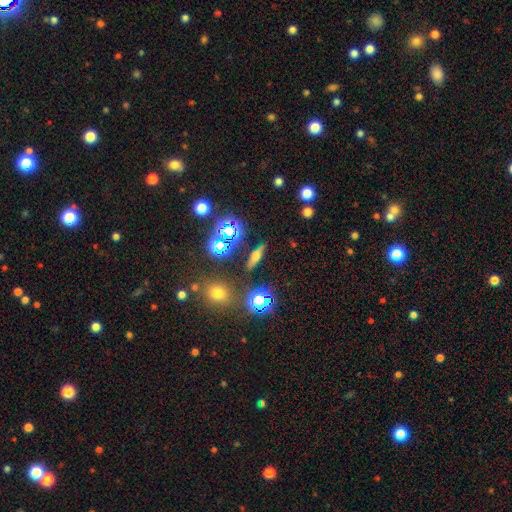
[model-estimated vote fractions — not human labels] A smooth galaxy with no disk features (38%). Merging: none (84%).